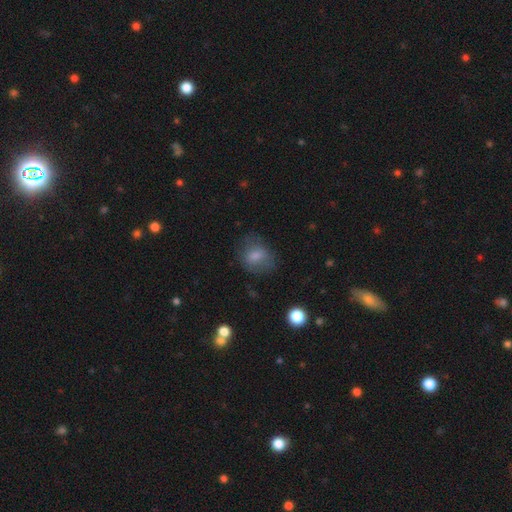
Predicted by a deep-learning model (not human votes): smooth 71%, featured or disk 19%, star or artifact 10%. Down the decision tree: how rounded — in between (55%); merging — none (60%).